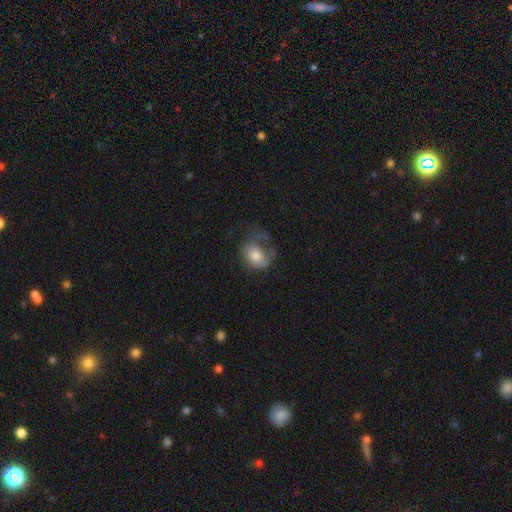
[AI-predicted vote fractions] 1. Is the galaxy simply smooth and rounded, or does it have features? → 64% smooth, 27% featured or disk, 9% star or artifact.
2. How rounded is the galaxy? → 57% in between, 42% round, 1% cigar-shaped.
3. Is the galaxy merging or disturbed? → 38% major disturbance, 33% none, 26% minor disturbance, 3% merger.